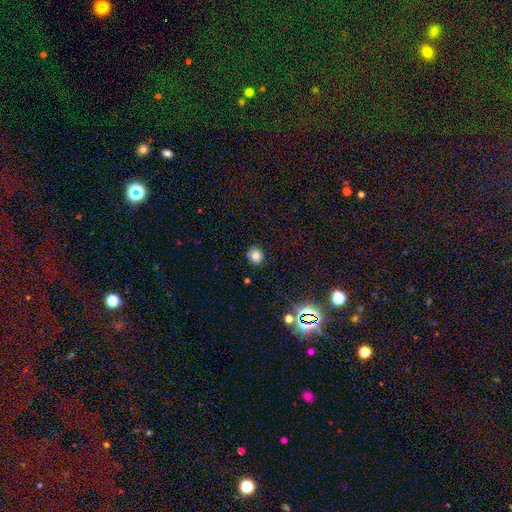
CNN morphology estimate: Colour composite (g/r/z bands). It shows a smooth galaxy with no disk features (80%) that is round (82%). Merging: none (86%).